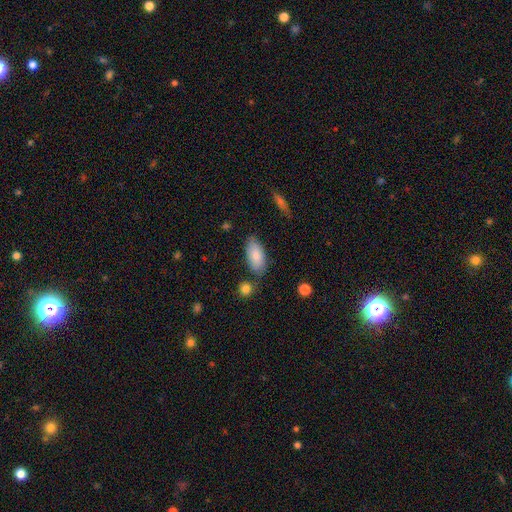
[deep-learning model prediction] Q: Smooth or featured?
A: smooth (83%); runner-up: featured or disk (11%)
Q: How rounded?
A: in between (92%); runner-up: cigar-shaped (6%)
Q: Merging?
A: none (72%); runner-up: minor disturbance (17%)